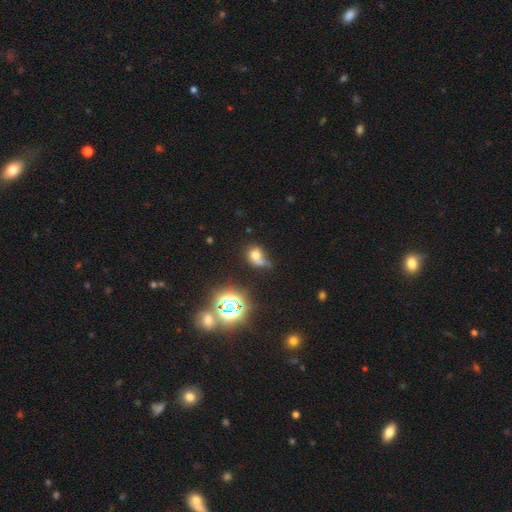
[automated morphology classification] type=smooth (62%); roundness=round (58%); merging=none (34%).